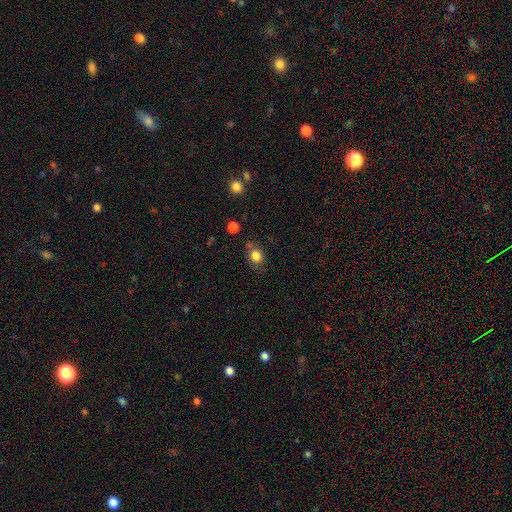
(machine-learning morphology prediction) type=smooth (81%); roundness=in between (58%); merging=none (66%).